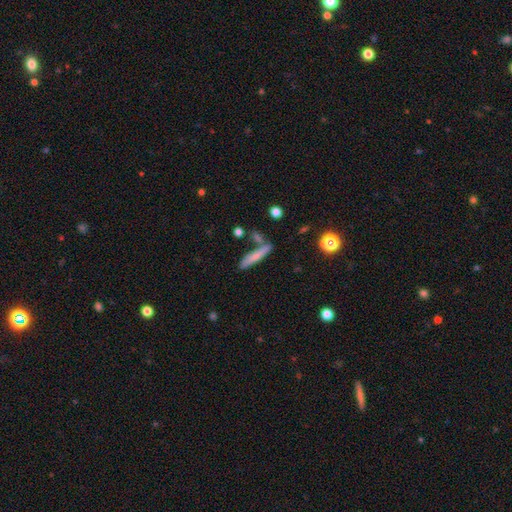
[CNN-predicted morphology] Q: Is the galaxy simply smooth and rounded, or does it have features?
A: smooth — 69%.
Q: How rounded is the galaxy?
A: cigar-shaped — 90%.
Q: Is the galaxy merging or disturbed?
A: none — 71%.